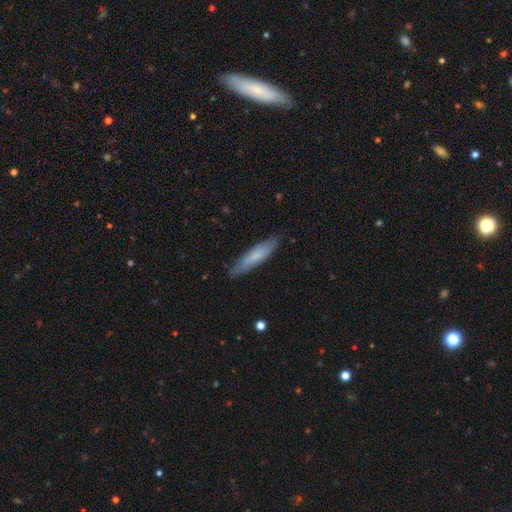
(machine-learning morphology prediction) A smooth galaxy with no disk features (68%) that is cigar-shaped (81%). Merging: none (84%).